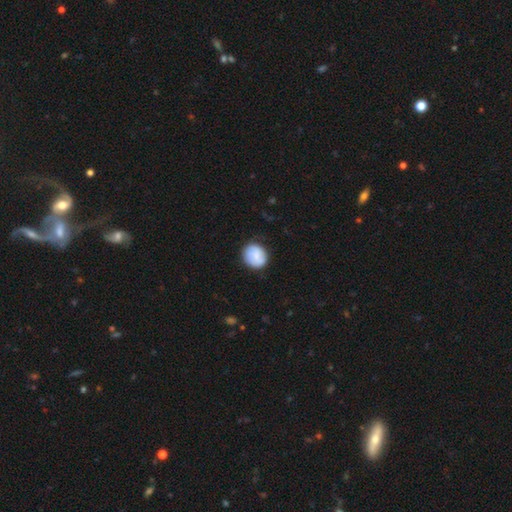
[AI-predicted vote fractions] A smooth galaxy with no disk features (76%) that is round (77%).

Vote fractions:
- Smooth or featured? smooth: 76% / featured or disk: 18% / star or artifact: 7%
- How rounded? round: 77% / in between: 22% / cigar-shaped: 1%
- Merging? none: 78% / minor disturbance: 17% / major disturbance: 4% / merger: 1%